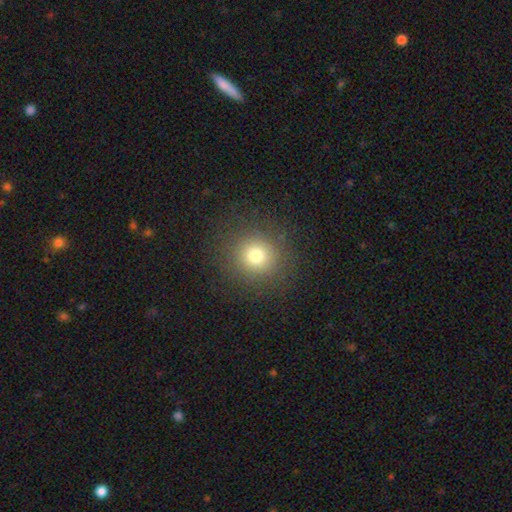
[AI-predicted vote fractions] The model was most divided on "smooth or featured": smooth: 75%, star or artifact: 16%, featured or disk: 9%. More confident: how rounded — round (92%); merging — none (88%).